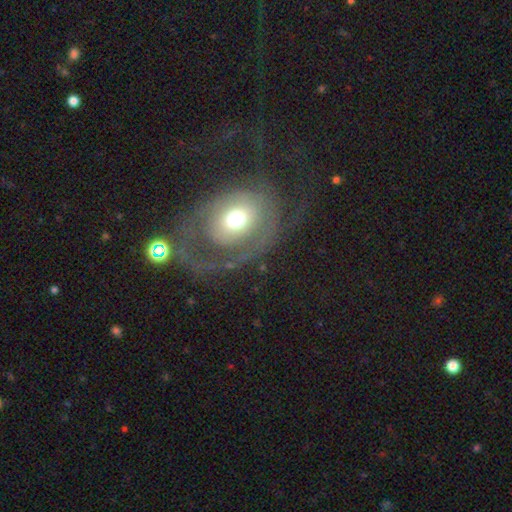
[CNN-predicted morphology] type=featured or disk (65%); edge-on=no (95%); bar=no (79%); spiral arms=yes (60%); bulge=moderate (66%); merging=none (42%).